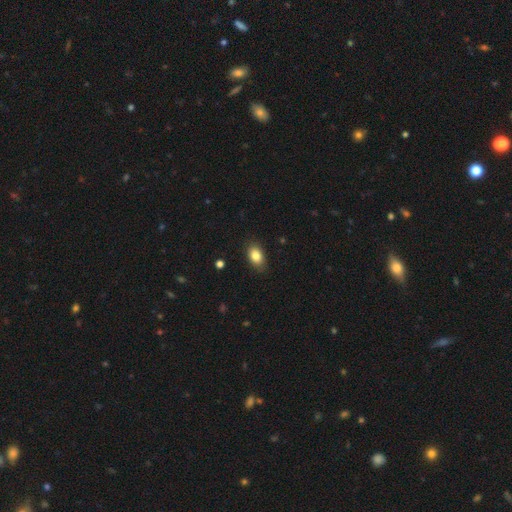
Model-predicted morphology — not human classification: Smooth or featured? Predicted: smooth (p=0.84). How rounded? Predicted: in between (p=0.87). Merging? Predicted: none (p=0.84).